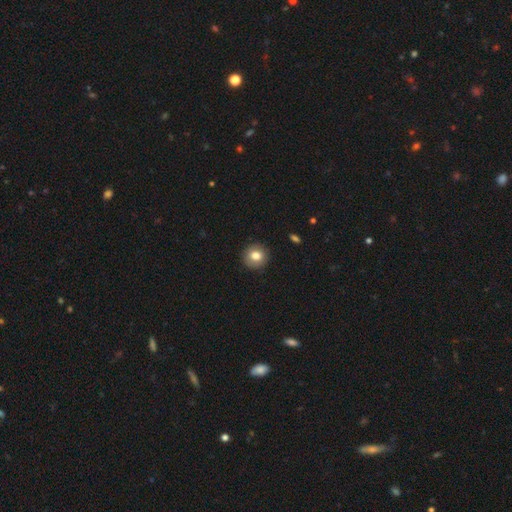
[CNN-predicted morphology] smooth-or-featured: smooth: 80% | featured or disk: 11% | star or artifact: 9%
  how-rounded: round: 91% | in between: 8% | cigar-shaped: 1%
  merging: none: 91% | minor disturbance: 6% | major disturbance: 2% | merger: 1%